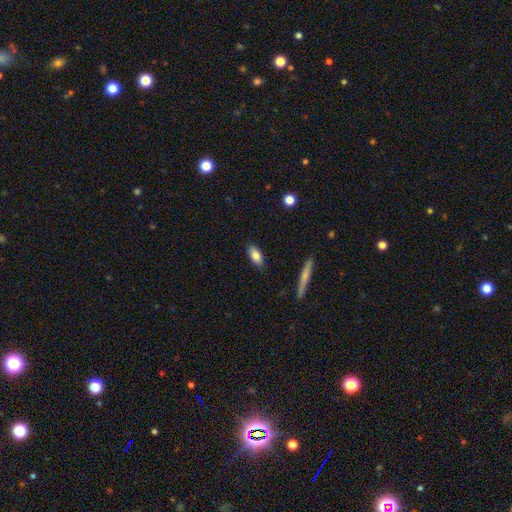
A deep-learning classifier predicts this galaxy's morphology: This is likely a smooth galaxy (79%). How rounded: clearly in between (82%). Merging: clearly none (88%).